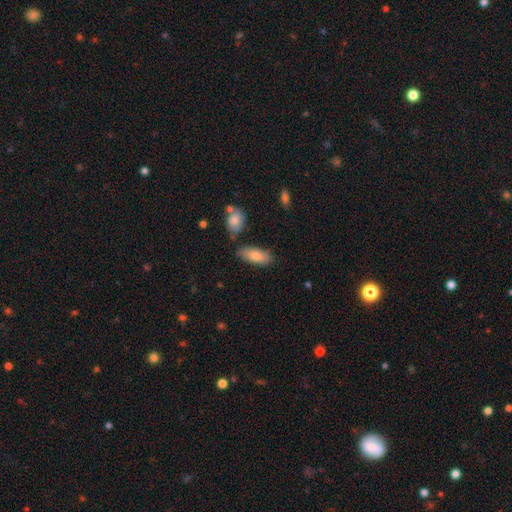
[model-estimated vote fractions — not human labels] Smooth or featured? Predicted: smooth (p=0.81). How rounded? Predicted: in between (p=0.84). Merging? Predicted: none (p=0.74).